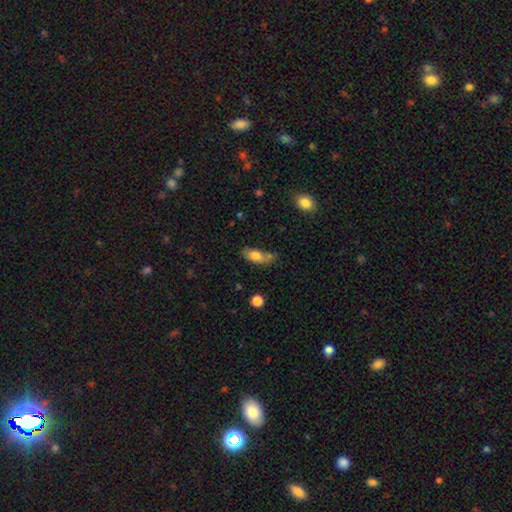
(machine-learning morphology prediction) Q: Smooth or featured?
A: smooth (77%); runner-up: featured or disk (14%)
Q: How rounded?
A: in between (80%); runner-up: cigar-shaped (14%)
Q: Merging?
A: none (44%); runner-up: minor disturbance (28%)